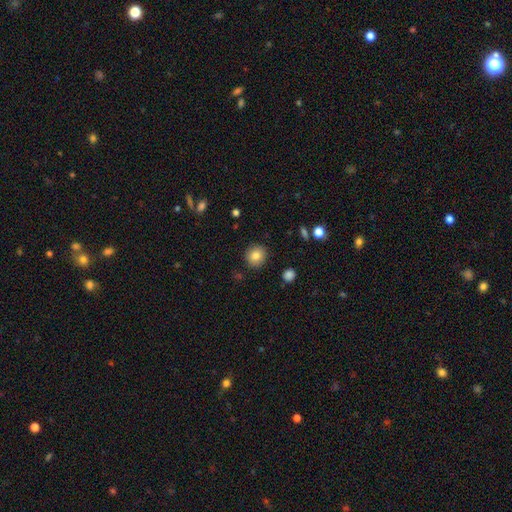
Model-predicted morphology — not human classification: Smooth or featured? Predicted: smooth (p=0.82). How rounded? Predicted: round (p=0.88). Merging? Predicted: none (p=0.89).